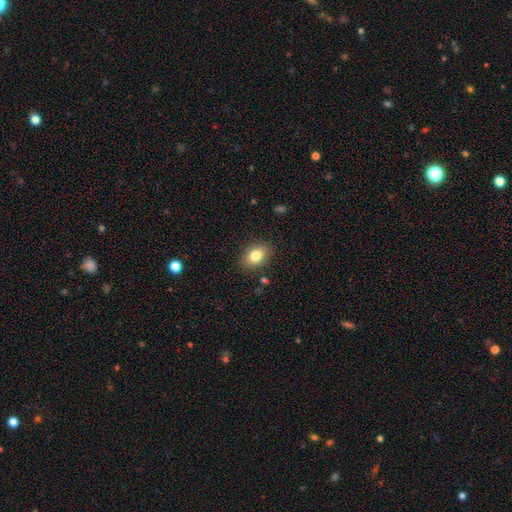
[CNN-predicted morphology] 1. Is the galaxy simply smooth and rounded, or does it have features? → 82% smooth, 9% featured or disk, 9% star or artifact.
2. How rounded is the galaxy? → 76% in between, 23% round, 1% cigar-shaped.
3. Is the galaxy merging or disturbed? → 85% none, 11% minor disturbance, 3% major disturbance, 2% merger.